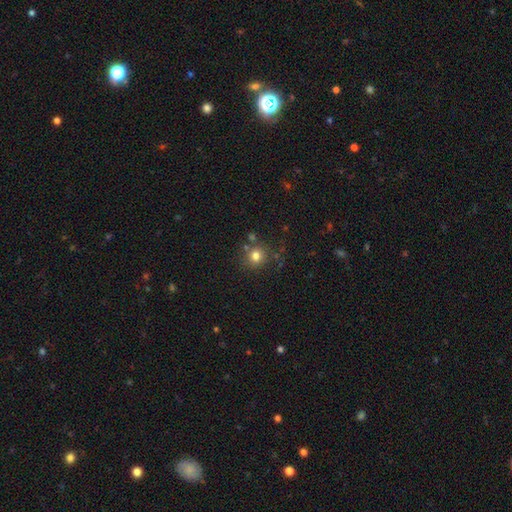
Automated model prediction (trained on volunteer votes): Q: Smooth or featured?
A: smooth (78%); runner-up: star or artifact (14%)
Q: How rounded?
A: round (88%); runner-up: in between (11%)
Q: Merging?
A: none (77%); runner-up: minor disturbance (10%)